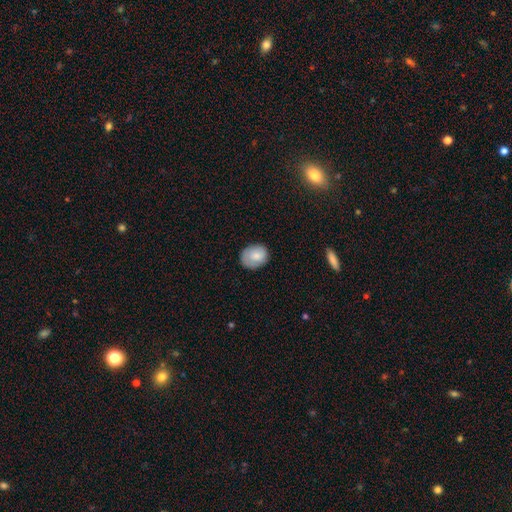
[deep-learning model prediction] Morphology: type=smooth (77%); roundness=round (50%, tied with in between); merging=none (75%).